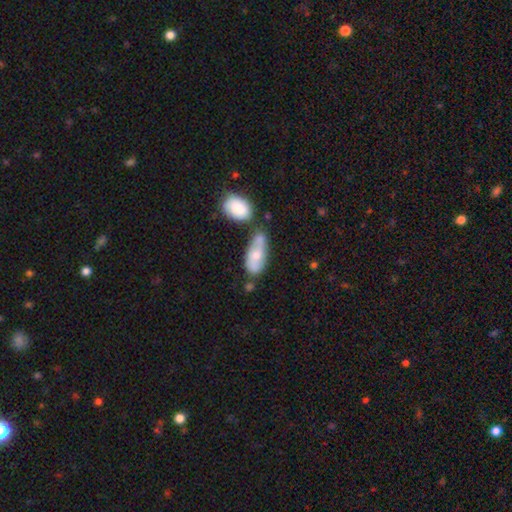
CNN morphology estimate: Smooth or featured? smooth (58%)
How rounded? in between (86%)
Merging? merger (36%)